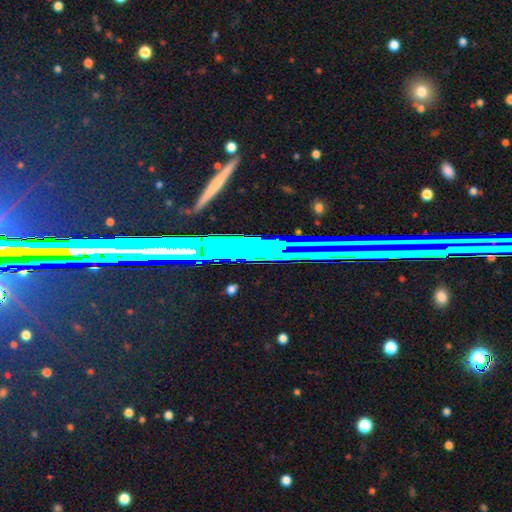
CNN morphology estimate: The model was most divided on "smooth or featured": star or artifact: 78%, featured or disk: 13%, smooth: 9%.